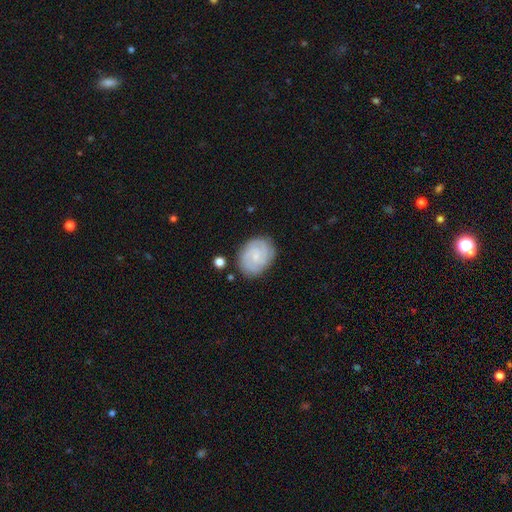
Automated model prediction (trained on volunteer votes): Smooth or featured: featured or disk — 76% (smooth — 18%)
Edge-on disk: no — 98% (yes — 2%)
Bar: no — 69% (weak — 27%)
Spiral arms: yes — 96% (no — 4%)
Spiral winding: tight — 69% (medium — 26%)
Spiral arm count: 3 — 32% (can't tell — 22%)
Bulge size: small — 78% (moderate — 14%)
Merging: none — 81% (minor disturbance — 13%)